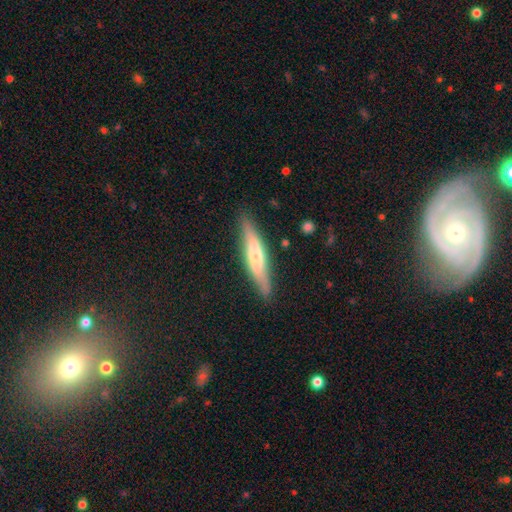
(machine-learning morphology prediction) Smooth or featured? featured or disk (49%)
Merging? none (84%)